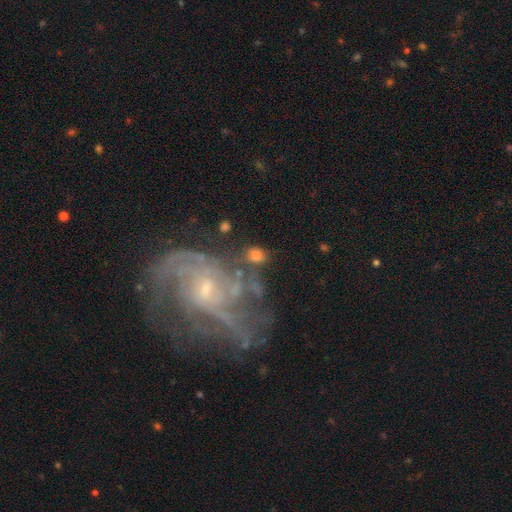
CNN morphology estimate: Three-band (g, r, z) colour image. It shows a featured or disk galaxy (46%). Merging: none (60%).